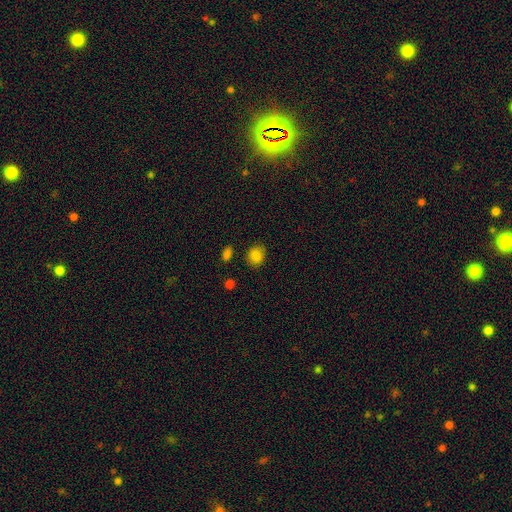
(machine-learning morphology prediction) smooth_or_featured: smooth (p=0.84) [alt: star or artifact p=0.10]
how_rounded: round (p=0.53) [alt: in between p=0.46]
merging: none (p=0.83) [alt: minor disturbance p=0.12]